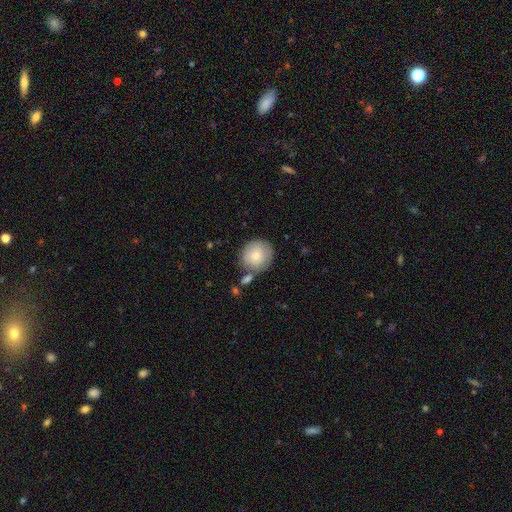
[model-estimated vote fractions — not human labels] Smooth or featured?
  - smooth: 79% *
  - featured or disk: 14%
  - star or artifact: 7%
How rounded?
  - round: 85% *
  - in between: 14%
  - cigar-shaped: 1%
Merging?
  - none: 63% *
  - minor disturbance: 17%
  - merger: 14%
  - major disturbance: 5%